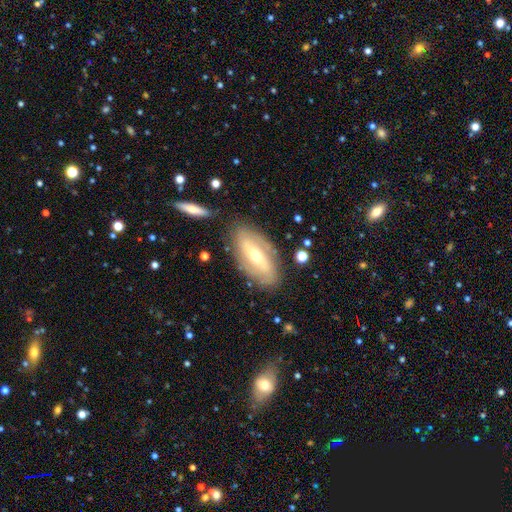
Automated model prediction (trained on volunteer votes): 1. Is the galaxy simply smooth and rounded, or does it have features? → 64% featured or disk, 30% smooth, 7% star or artifact.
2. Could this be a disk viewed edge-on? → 81% no, 19% yes.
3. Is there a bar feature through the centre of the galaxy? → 36% strong, 34% weak, 30% no.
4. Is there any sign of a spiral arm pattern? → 63% yes, 37% no.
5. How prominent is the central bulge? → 62% moderate, 31% small, 5% large, 1% dominant, 1% none.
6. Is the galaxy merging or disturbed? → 80% none, 13% minor disturbance, 4% major disturbance, 3% merger.